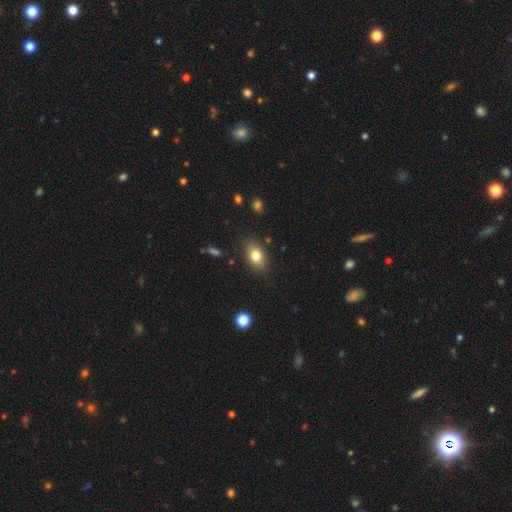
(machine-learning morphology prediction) Q: Smooth or featured?
A: smooth (79%); runner-up: featured or disk (12%)
Q: How rounded?
A: in between (84%); runner-up: round (13%)
Q: Merging?
A: none (84%); runner-up: minor disturbance (11%)